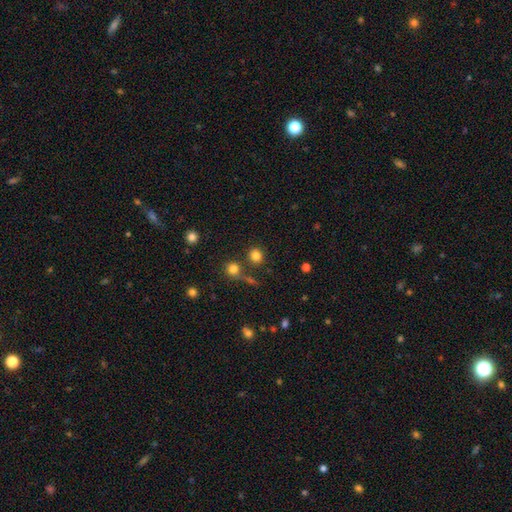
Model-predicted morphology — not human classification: smooth_or_featured: smooth (p=0.81) [alt: star or artifact p=0.13]
how_rounded: round (p=0.88) [alt: in between p=0.11]
merging: none (p=0.78) [alt: merger p=0.11]